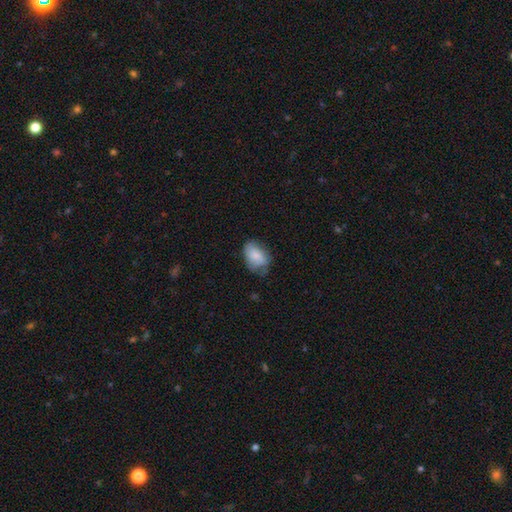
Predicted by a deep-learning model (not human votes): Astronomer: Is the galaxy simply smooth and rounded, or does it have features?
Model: smooth — 74%.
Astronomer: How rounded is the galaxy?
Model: in between — 86%.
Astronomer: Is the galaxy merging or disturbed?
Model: none — 51% (runner-up: minor disturbance, 35%).